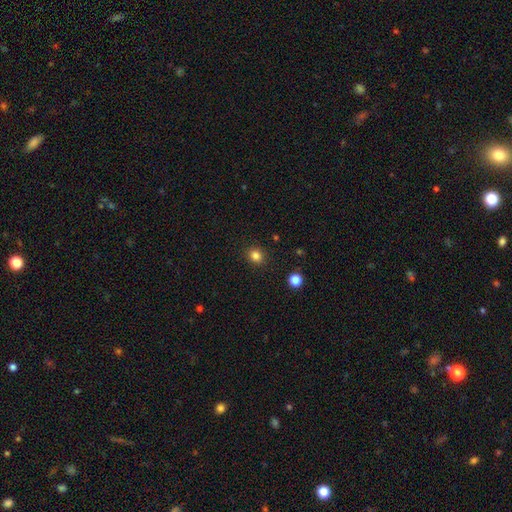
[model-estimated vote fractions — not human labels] smooth_or_featured: smooth (p=0.83) [alt: star or artifact p=0.13]
how_rounded: round (p=0.75) [alt: in between p=0.24]
merging: none (p=0.90) [alt: minor disturbance p=0.06]